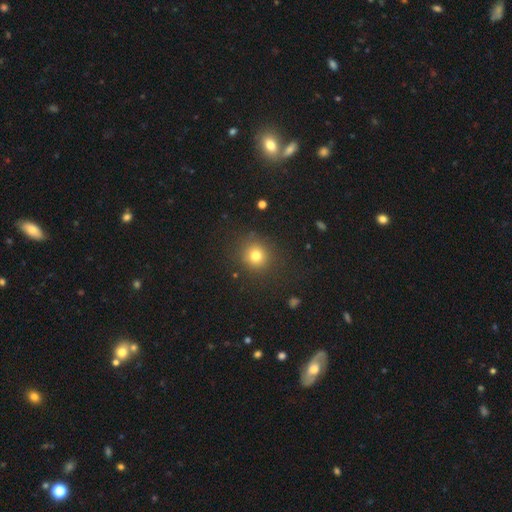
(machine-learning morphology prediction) A smooth galaxy with no disk features (77%) that is round (88%).

Vote fractions:
- Smooth or featured? smooth: 77% / star or artifact: 15% / featured or disk: 8%
- How rounded? round: 88% / in between: 11% / cigar-shaped: 1%
- Merging? none: 86% / minor disturbance: 8% / major disturbance: 4% / merger: 2%